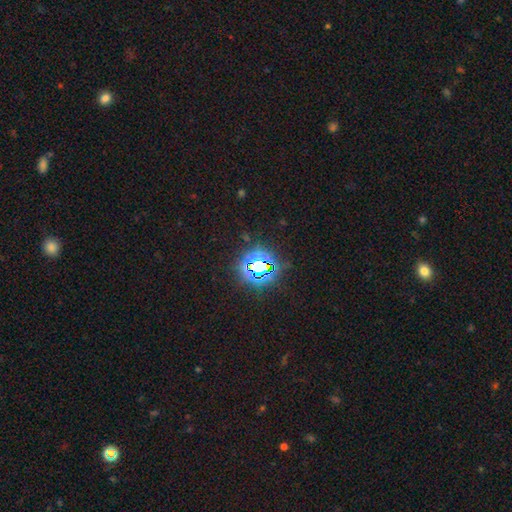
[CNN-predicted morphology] Q: Smooth or featured?
A: star or artifact (81%); runner-up: smooth (12%)